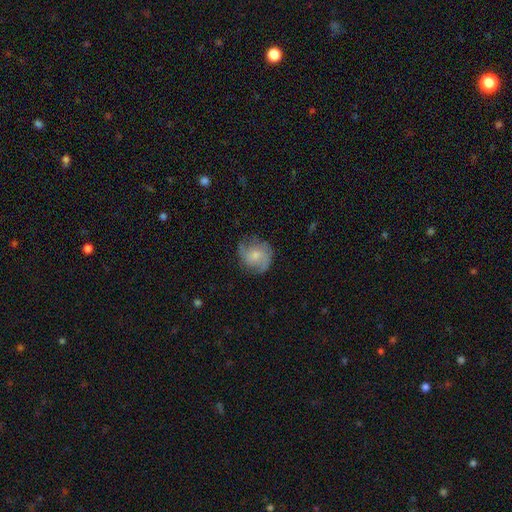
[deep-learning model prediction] The model was most divided on "bulge size": small: 50%, moderate: 39%, none: 6%, large: 3%, dominant: 1%. More confident: edge-on disk — no (97%); spiral arms — yes (88%); bar — no (70%); merging — none (67%); smooth or featured — featured or disk (53%).